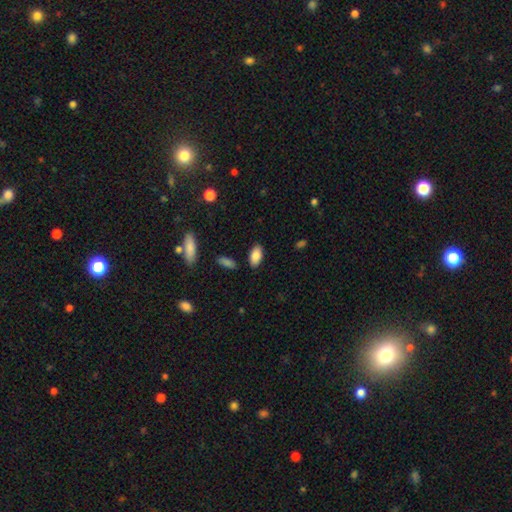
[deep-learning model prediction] Smooth or featured?
  - smooth: 87% *
  - star or artifact: 7%
  - featured or disk: 6%
How rounded?
  - in between: 93% *
  - cigar-shaped: 4%
  - round: 3%
Merging?
  - none: 86% *
  - minor disturbance: 9%
  - major disturbance: 2%
  - merger: 2%